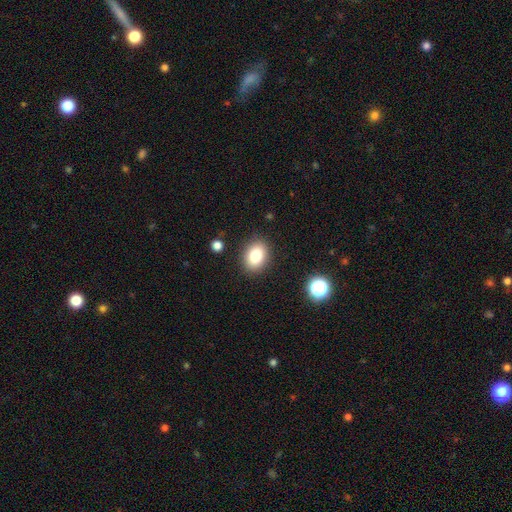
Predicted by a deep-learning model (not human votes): smooth_or_featured: smooth (p=0.83) [alt: star or artifact p=0.10]
how_rounded: in between (p=0.70) [alt: round p=0.28]
merging: none (p=0.87) [alt: minor disturbance p=0.09]